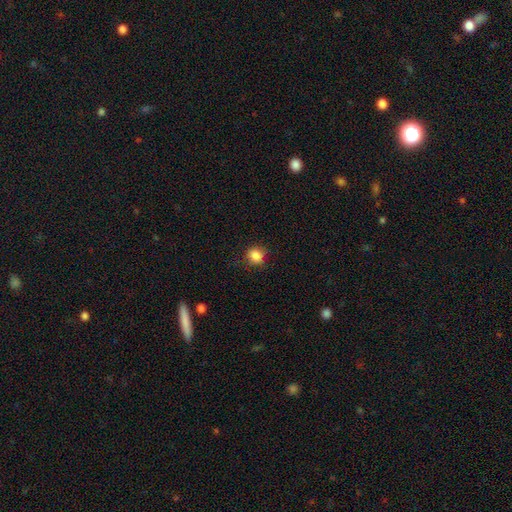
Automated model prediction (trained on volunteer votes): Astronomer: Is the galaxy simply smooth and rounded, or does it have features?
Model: smooth — 85%.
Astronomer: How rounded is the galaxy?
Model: round — 85%.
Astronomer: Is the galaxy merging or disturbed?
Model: none — 81%.